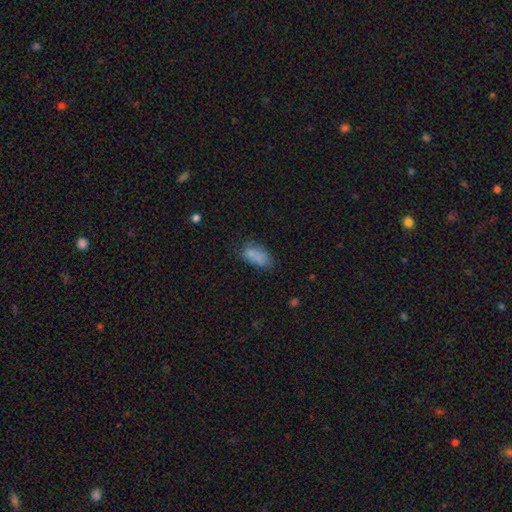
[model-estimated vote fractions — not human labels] Overall: smooth (77%). How rounded: in between (88%). Merging: none (51%; minor disturbance 26%).